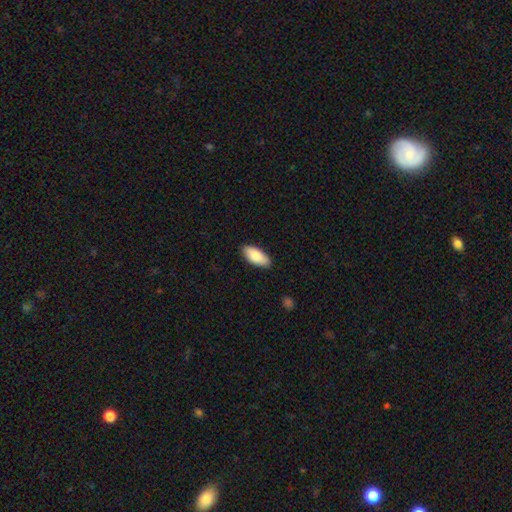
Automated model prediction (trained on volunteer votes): Smooth or featured?
  - smooth: 85% *
  - featured or disk: 9%
  - star or artifact: 6%
How rounded?
  - in between: 90% *
  - cigar-shaped: 8%
  - round: 2%
Merging?
  - none: 87% *
  - minor disturbance: 10%
  - major disturbance: 2%
  - merger: 1%